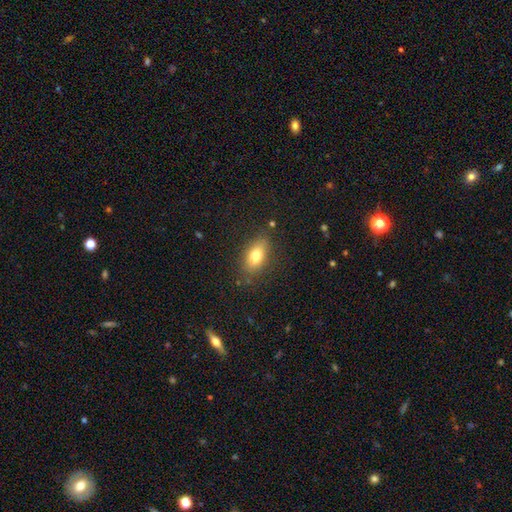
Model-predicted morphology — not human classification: A smooth galaxy with no disk features (75%) that is in between round and cigar-shaped (83%). Merging: none (80%).